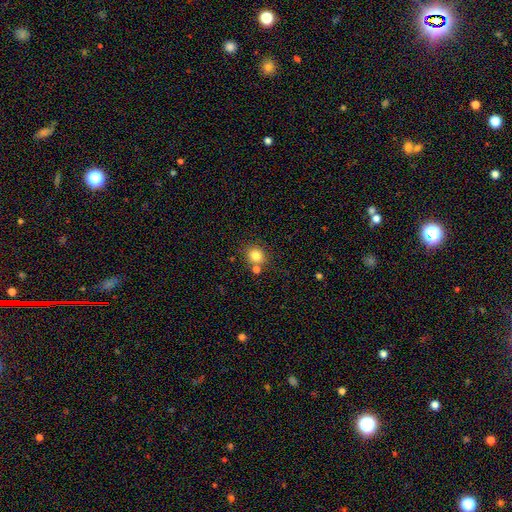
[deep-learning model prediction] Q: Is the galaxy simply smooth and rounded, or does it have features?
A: smooth — 82%.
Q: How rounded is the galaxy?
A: round — 79%.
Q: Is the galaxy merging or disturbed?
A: none — 69%.